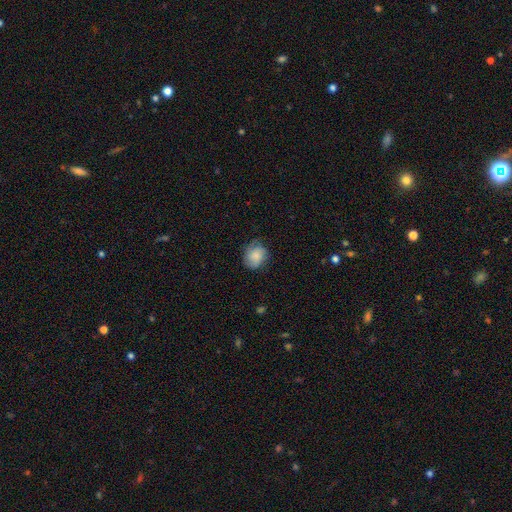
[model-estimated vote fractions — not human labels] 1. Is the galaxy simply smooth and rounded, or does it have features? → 67% smooth, 25% featured or disk, 8% star or artifact.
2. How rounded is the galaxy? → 60% round, 39% in between, 1% cigar-shaped.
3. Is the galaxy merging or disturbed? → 66% none, 25% minor disturbance, 8% major disturbance, 1% merger.